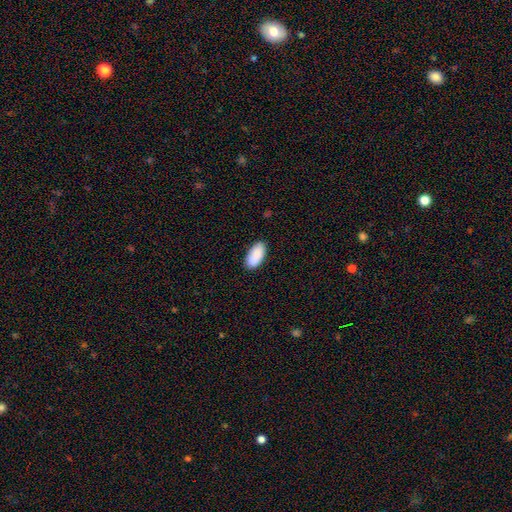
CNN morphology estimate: type=smooth (89%); roundness=in between (94%); merging=none (84%).